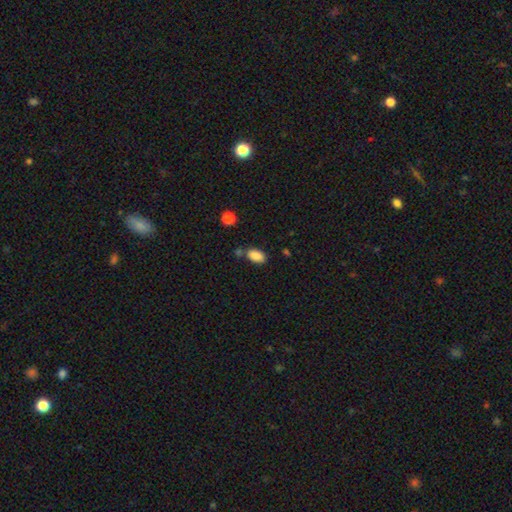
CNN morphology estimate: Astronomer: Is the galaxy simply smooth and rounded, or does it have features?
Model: smooth — 87%.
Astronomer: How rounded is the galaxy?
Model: in between — 92%.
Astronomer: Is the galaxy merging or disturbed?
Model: none — 70%.